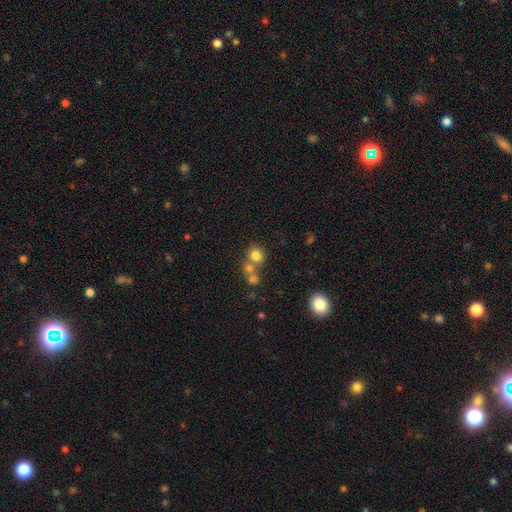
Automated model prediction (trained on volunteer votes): smooth_or_featured: smooth (p=0.76) [alt: star or artifact p=0.14]
how_rounded: round (p=0.82) [alt: in between p=0.17]
merging: none (p=0.52) [alt: merger p=0.37]